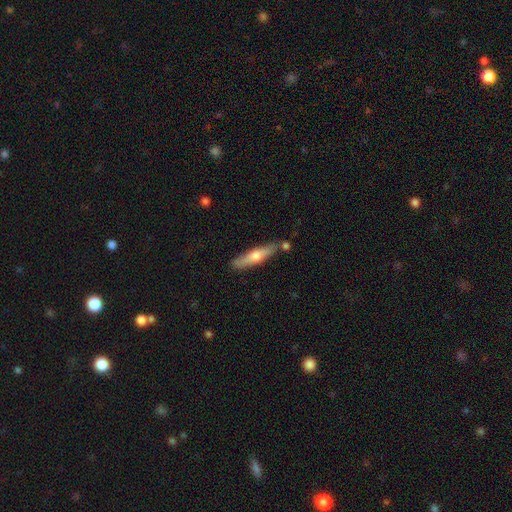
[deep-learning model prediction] Morphology: type=smooth (47%, tied with featured or disk); merging=none (77%).